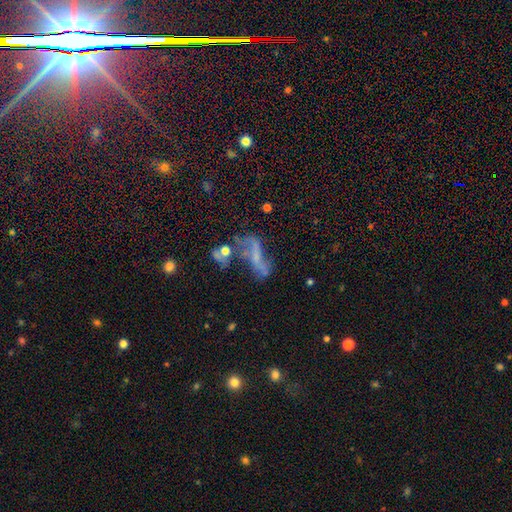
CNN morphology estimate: This appears to be a featured or disk galaxy (54%). Merging: major disturbance (30%).